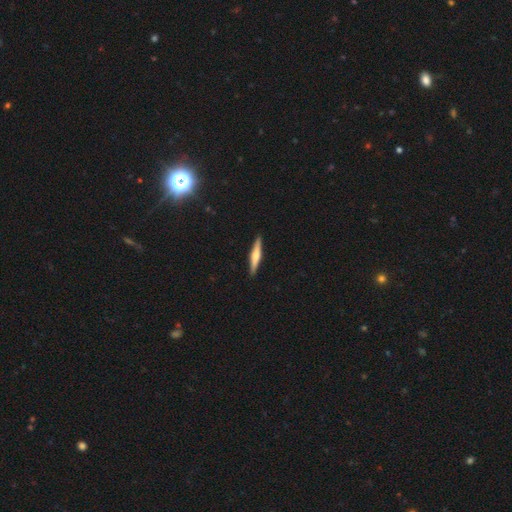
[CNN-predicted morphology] This is possibly a featured or disk galaxy (55%). It is clearly viewed edge-on (97%). Edge-on bulge: clearly rounded (82%). Merging: clearly none (92%).